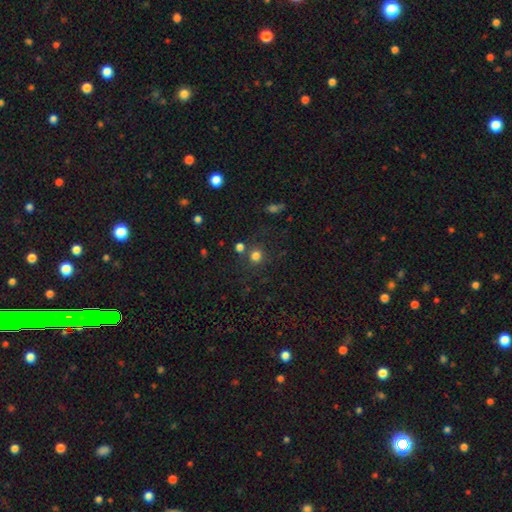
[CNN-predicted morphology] type=smooth (77%); roundness=round (89%); merging=none (75%).